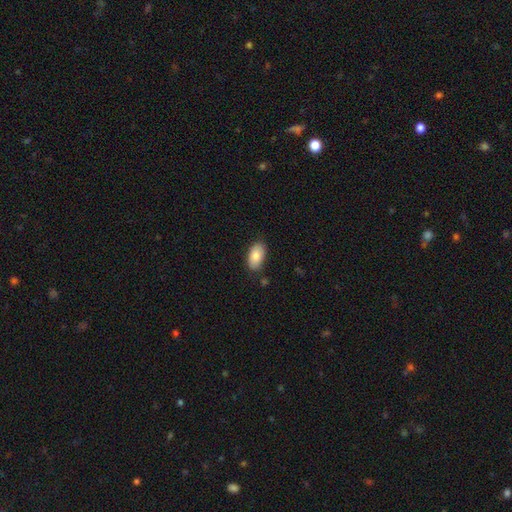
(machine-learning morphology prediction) Smooth or featured: smooth — 84% (featured or disk — 9%)
How rounded: in between — 95% (round — 4%)
Merging: none — 82% (minor disturbance — 13%)